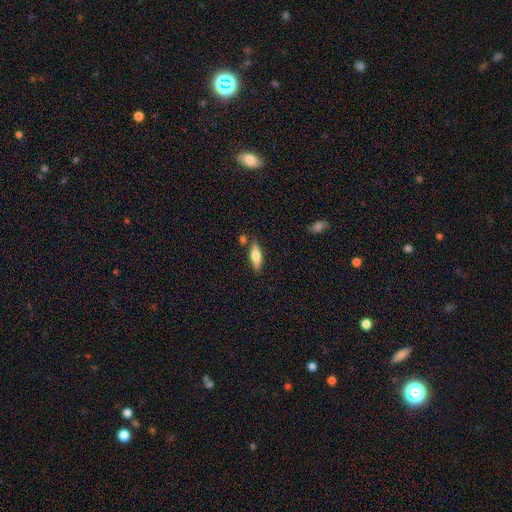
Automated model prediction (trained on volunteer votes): This is possibly a smooth galaxy (58%). How rounded: possibly in between (51%). Merging: likely none (79%).